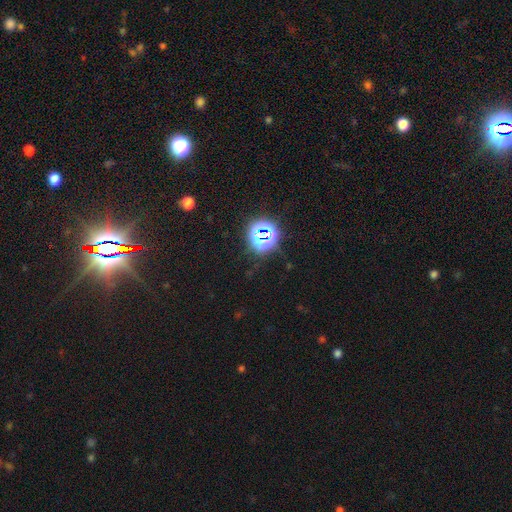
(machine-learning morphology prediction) Q: Smooth or featured?
A: star or artifact (82%); runner-up: smooth (11%)